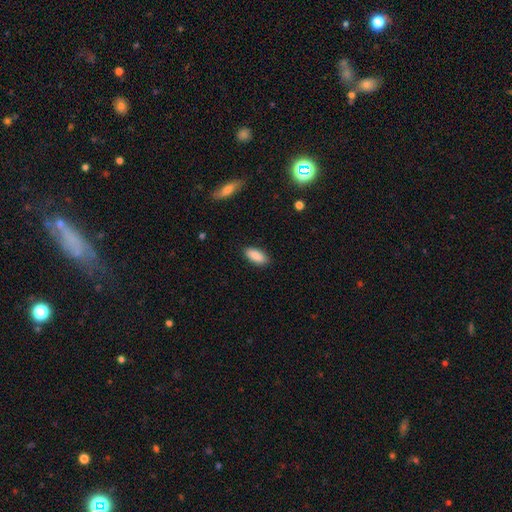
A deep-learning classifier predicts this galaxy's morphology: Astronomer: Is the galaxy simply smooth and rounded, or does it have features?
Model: smooth — 90%.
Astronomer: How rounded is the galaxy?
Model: in between — 87%.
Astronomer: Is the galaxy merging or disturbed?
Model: none — 88%.